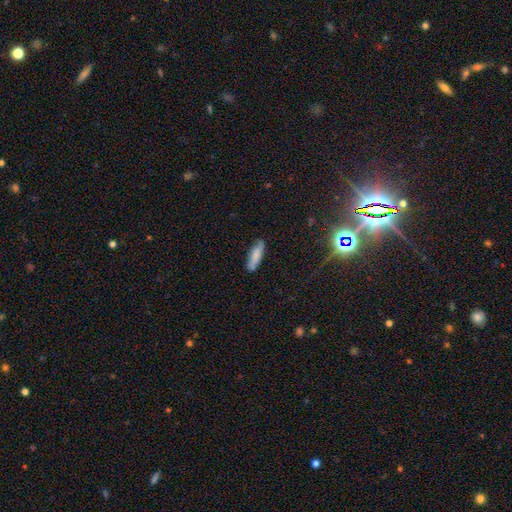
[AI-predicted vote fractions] Q: Smooth or featured?
A: smooth (79%); runner-up: featured or disk (14%)
Q: How rounded?
A: cigar-shaped (63%); runner-up: in between (35%)
Q: Merging?
A: none (83%); runner-up: minor disturbance (13%)